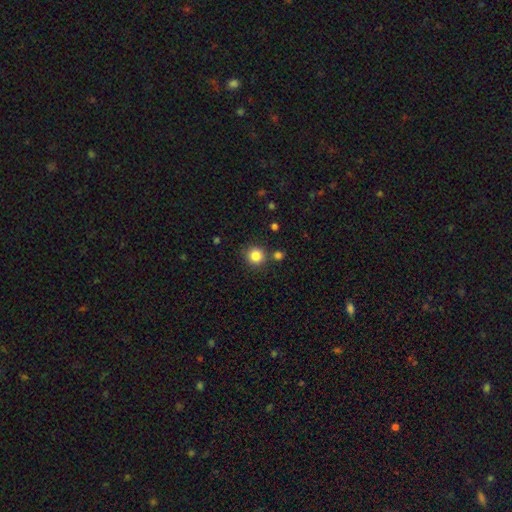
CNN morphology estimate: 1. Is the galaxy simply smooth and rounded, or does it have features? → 85% smooth, 11% star or artifact, 4% featured or disk.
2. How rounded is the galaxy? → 92% round, 7% in between, 1% cigar-shaped.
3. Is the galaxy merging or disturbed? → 81% none, 9% minor disturbance, 8% merger, 3% major disturbance.